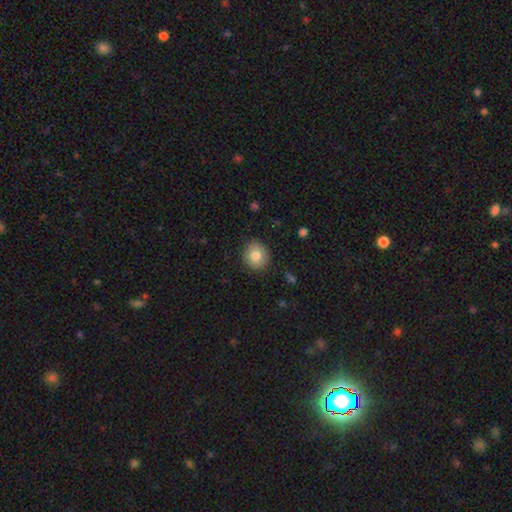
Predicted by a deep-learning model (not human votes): Overall: smooth (81%). How rounded: round (79%). Merging: none (88%).